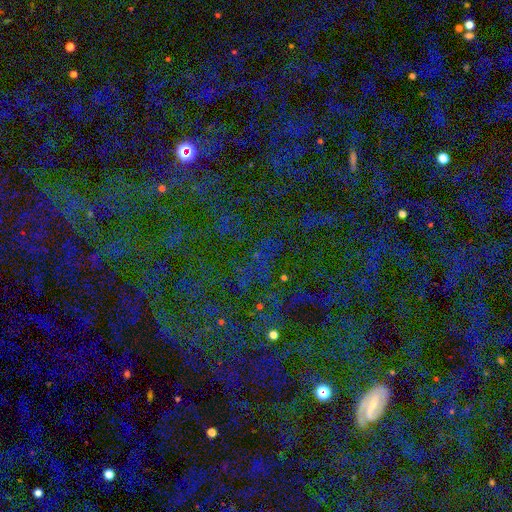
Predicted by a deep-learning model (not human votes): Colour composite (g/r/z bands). It shows a star or artifact, not a galaxy (73%).